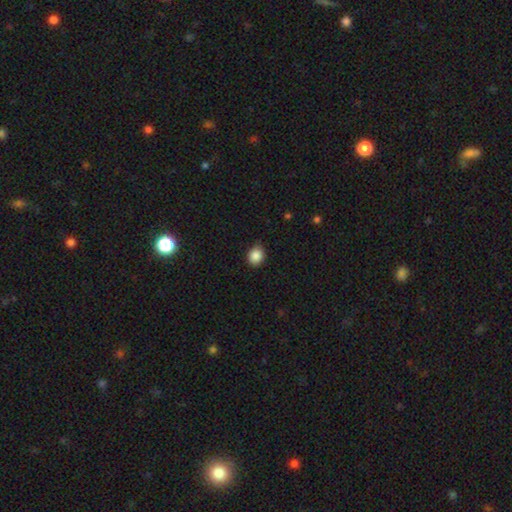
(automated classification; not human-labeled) smooth-or-featured: smooth: 86% | star or artifact: 10% | featured or disk: 4%
  how-rounded: round: 70% | in between: 29% | cigar-shaped: 1%
  merging: none: 84% | minor disturbance: 13% | major disturbance: 2% | merger: 1%